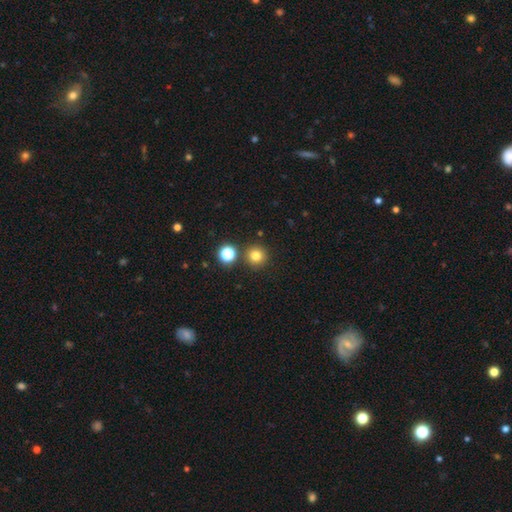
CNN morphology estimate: Smooth or featured? smooth (78%)
How rounded? round (95%)
Merging? none (86%)